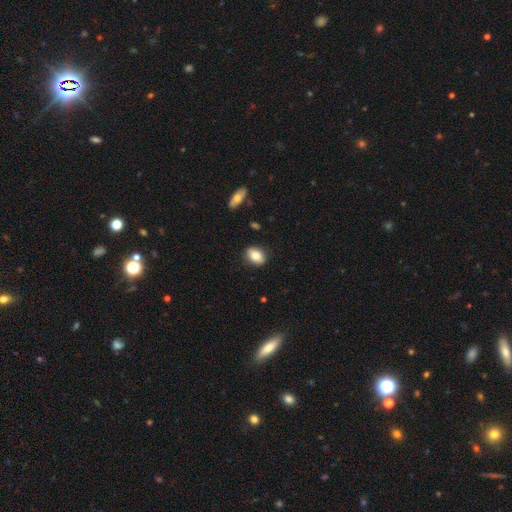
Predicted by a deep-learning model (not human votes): Smooth or featured: smooth — 82% (featured or disk — 10%)
How rounded: in between — 76% (round — 22%)
Merging: none — 86% (minor disturbance — 10%)